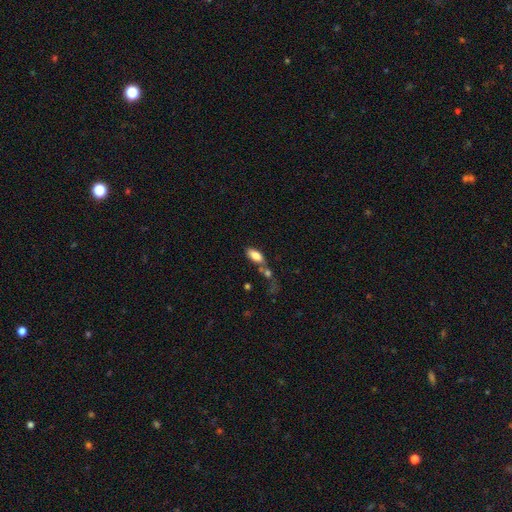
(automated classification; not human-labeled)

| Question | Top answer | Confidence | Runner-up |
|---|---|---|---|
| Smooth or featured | smooth | 82% | featured or disk (11%) |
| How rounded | in between | 90% | cigar-shaped (7%) |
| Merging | none | 46% | merger (31%) |